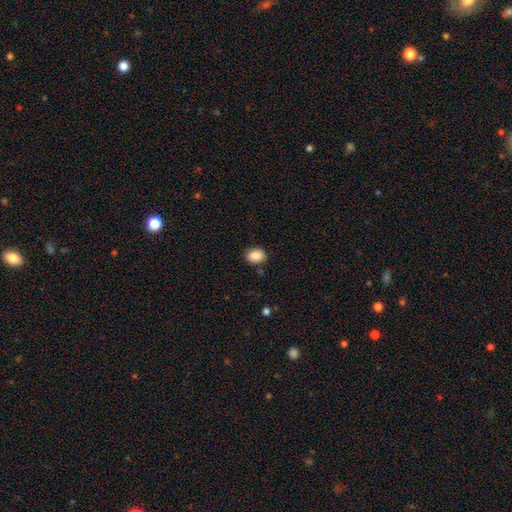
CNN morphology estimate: Q: Smooth or featured?
A: smooth (88%); runner-up: star or artifact (8%)
Q: How rounded?
A: in between (68%); runner-up: round (31%)
Q: Merging?
A: none (86%); runner-up: minor disturbance (10%)